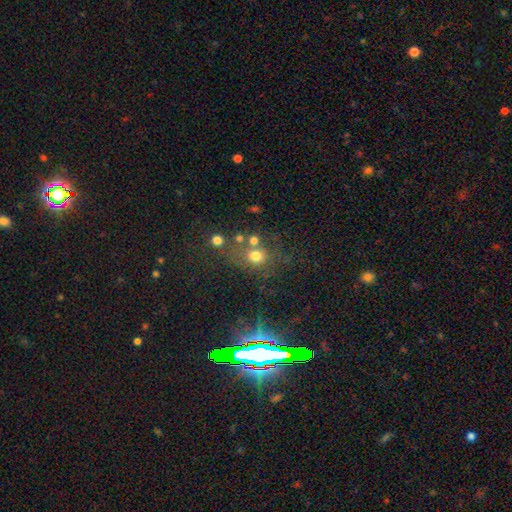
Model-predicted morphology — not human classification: Smooth or featured? smooth (68%)
How rounded? round (79%)
Merging? none (57%)